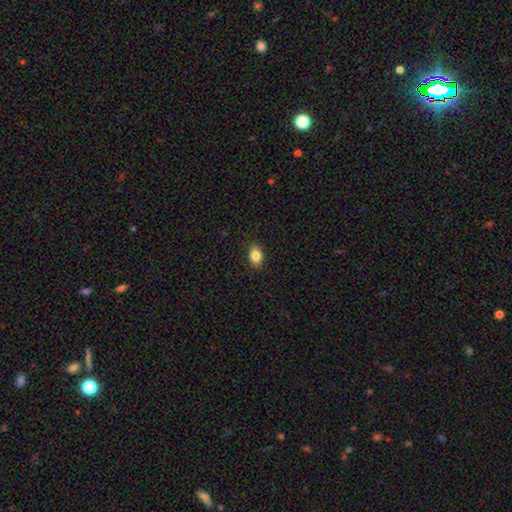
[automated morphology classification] smooth_or_featured: smooth (p=0.85) [alt: star or artifact p=0.09]
how_rounded: in between (p=0.80) [alt: round p=0.18]
merging: none (p=0.88) [alt: minor disturbance p=0.09]